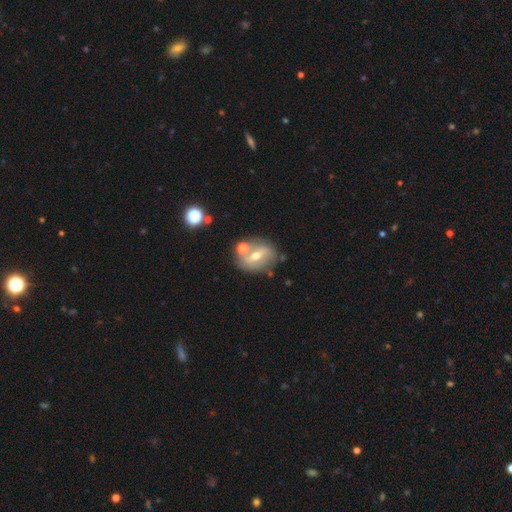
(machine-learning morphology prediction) A featured or disk galaxy (55%). Merging: none (66%).